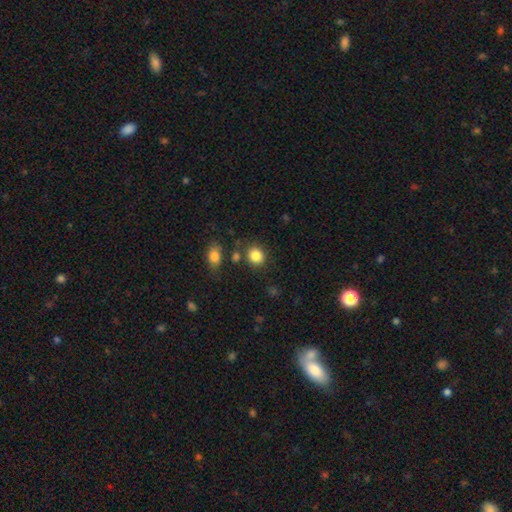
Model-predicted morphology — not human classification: smooth_or_featured: smooth (p=0.86) [alt: star or artifact p=0.09]
how_rounded: round (p=0.71) [alt: in between p=0.28]
merging: none (p=0.77) [alt: minor disturbance p=0.11]